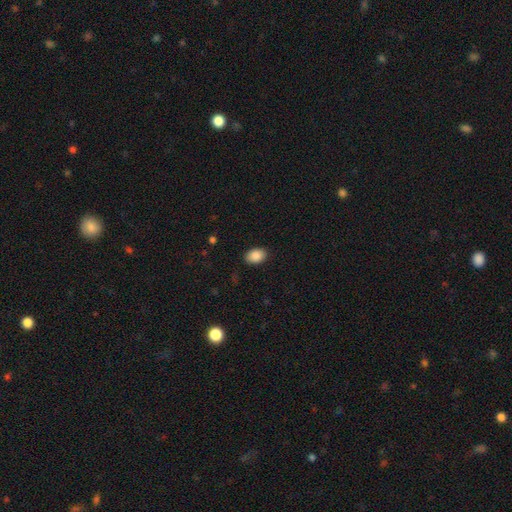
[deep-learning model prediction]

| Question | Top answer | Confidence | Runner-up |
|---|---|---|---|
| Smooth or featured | smooth | 89% | star or artifact (7%) |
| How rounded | in between | 85% | round (13%) |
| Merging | none | 88% | minor disturbance (9%) |